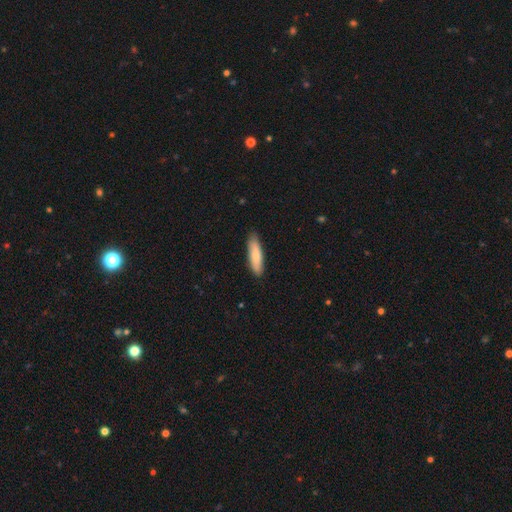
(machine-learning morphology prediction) This appears to be a smooth galaxy with no disk features (82%) that is cigar-shaped (69%). Merging: none (84%).